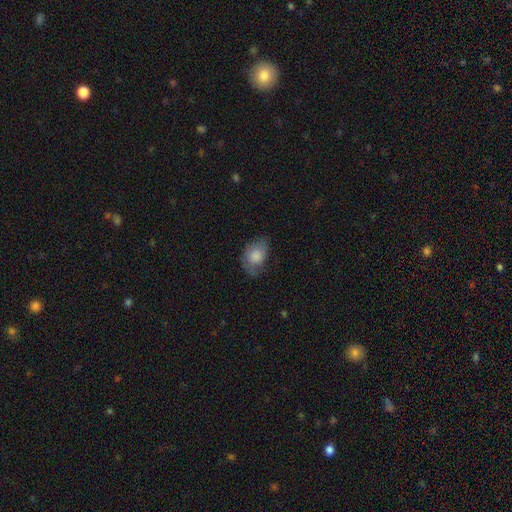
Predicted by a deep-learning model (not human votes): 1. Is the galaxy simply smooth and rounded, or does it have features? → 76% smooth, 17% featured or disk, 8% star or artifact.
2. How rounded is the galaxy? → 80% in between, 19% round, 1% cigar-shaped.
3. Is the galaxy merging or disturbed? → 47% none, 35% minor disturbance, 17% major disturbance, 2% merger.